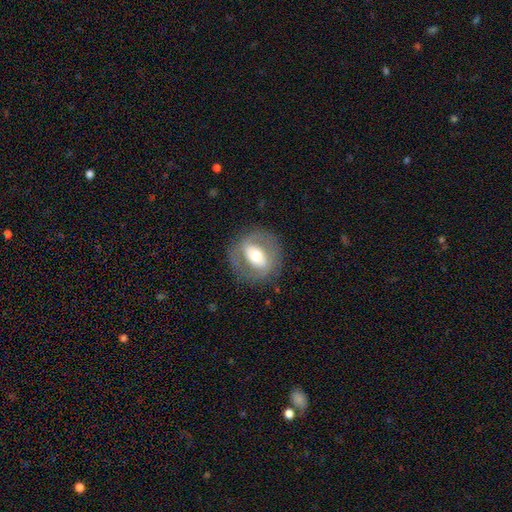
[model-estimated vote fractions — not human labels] A featured or disk galaxy (59%) with a strong bar (35%), no spiral arms (58%) and a moderate central bulge (62%). Merging: none (77%).